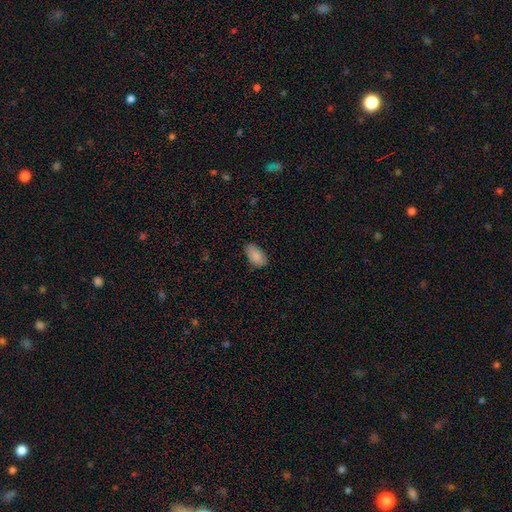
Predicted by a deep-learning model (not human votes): Smooth or featured? smooth (88%)
How rounded? in between (94%)
Merging? none (81%)